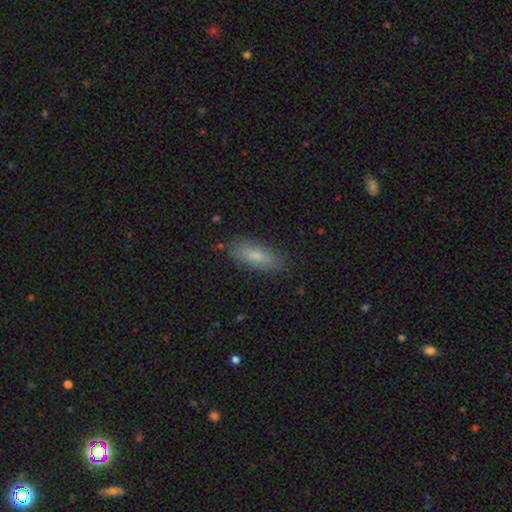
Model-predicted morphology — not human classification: smooth 78%, featured or disk 15%, star or artifact 7%. Down the decision tree: how rounded — in between (69%); merging — none (84%).